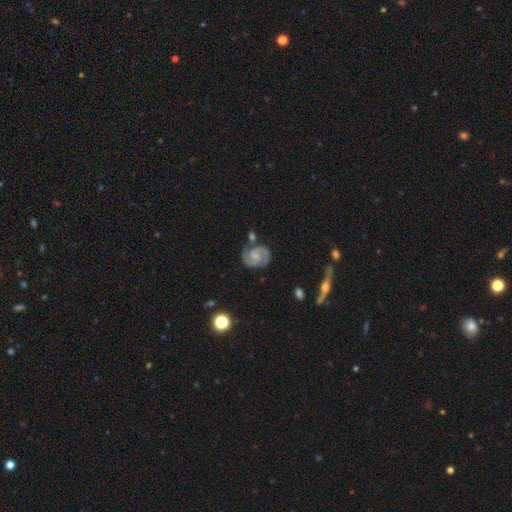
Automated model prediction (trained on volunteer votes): Smooth or featured?
  - featured or disk: 86% *
  - smooth: 8%
  - star or artifact: 6%
Edge-on disk?
  - no: 98% *
  - yes: 2%
Bar?
  - no: 51% *
  - weak: 40%
  - strong: 9%
Spiral arms?
  - yes: 97% *
  - no: 3%
Spiral winding?
  - medium: 49% *
  - tight: 42%
  - loose: 9%
Spiral arm count?
  - 2: 92% *
  - can't tell: 3%
  - 3: 2%
  - 1: 1%
  - 4: 1%
  - more than 4: 1%
Bulge size?
  - small: 40% *
  - none: 32%
  - moderate: 24%
  - large: 3%
  - dominant: 1%
Merging?
  - none: 76% *
  - minor disturbance: 14%
  - merger: 6%
  - major disturbance: 4%